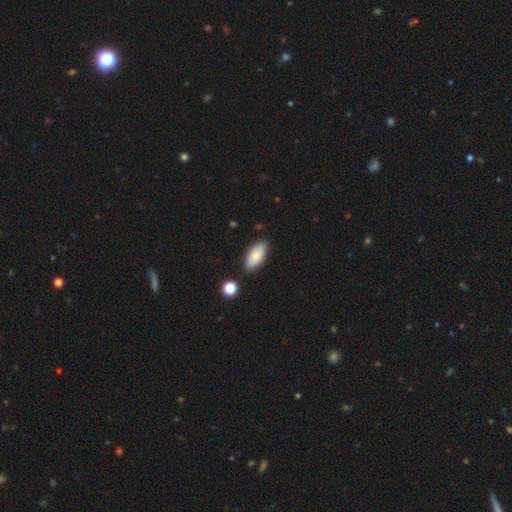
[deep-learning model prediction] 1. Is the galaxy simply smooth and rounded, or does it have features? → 79% smooth, 15% featured or disk, 7% star or artifact.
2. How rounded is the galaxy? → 90% in between, 7% cigar-shaped, 3% round.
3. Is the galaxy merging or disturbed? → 83% none, 12% minor disturbance, 3% merger, 2% major disturbance.